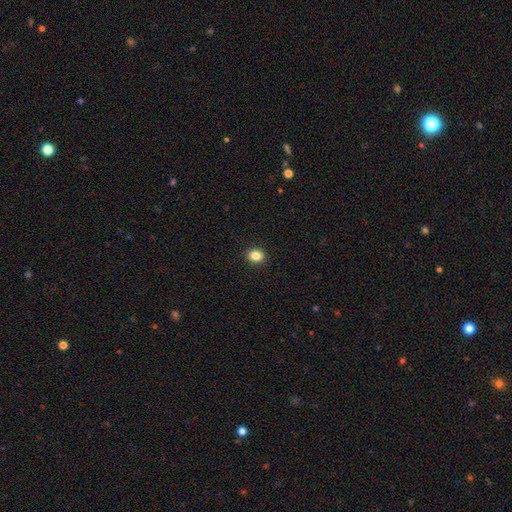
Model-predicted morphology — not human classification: A smooth galaxy with no disk features (85%) that is round (67%).

Vote fractions:
- Smooth or featured? smooth: 85% / star or artifact: 10% / featured or disk: 5%
- How rounded? round: 67% / in between: 32% / cigar-shaped: 1%
- Merging? none: 92% / minor disturbance: 5% / major disturbance: 2% / merger: 1%